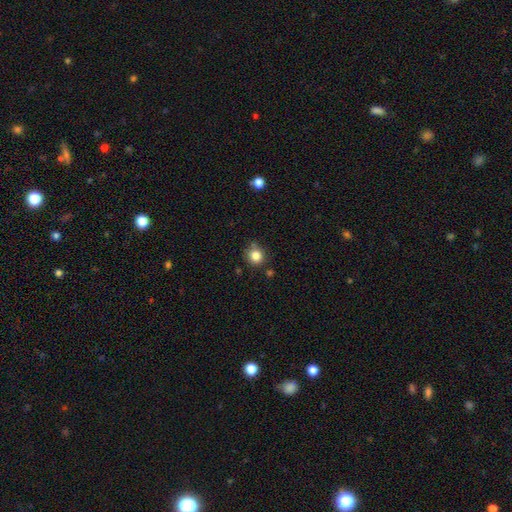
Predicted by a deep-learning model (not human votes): A smooth galaxy with no disk features (83%) that is round (89%). Merging: none (77%).